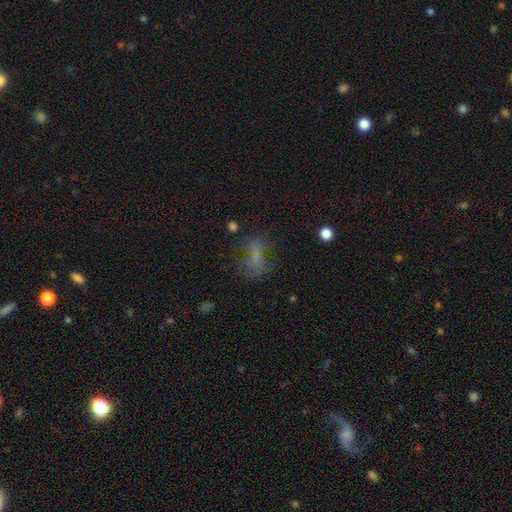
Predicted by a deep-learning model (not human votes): Smooth or featured? Predicted: smooth (p=0.47). Merging? Predicted: none (p=0.44).